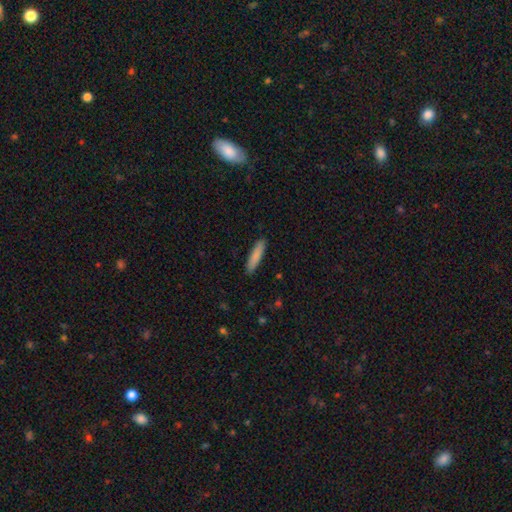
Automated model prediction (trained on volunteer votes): smooth 85%, featured or disk 10%, star or artifact 6%. Down the decision tree: how rounded — cigar-shaped (85%); merging — none (90%).